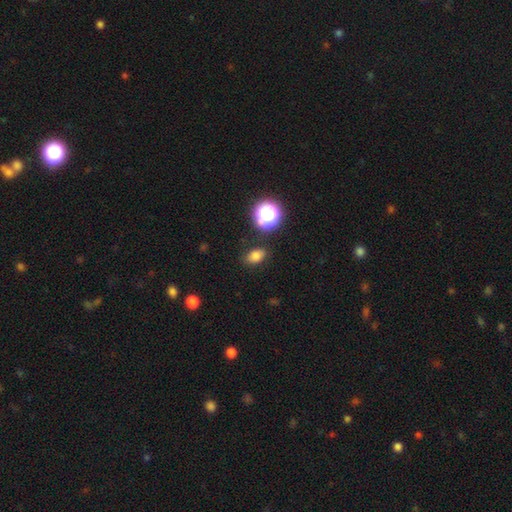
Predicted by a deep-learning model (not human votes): This is likely a smooth galaxy (76%). How rounded: likely in between (75%). Merging: clearly none (82%).